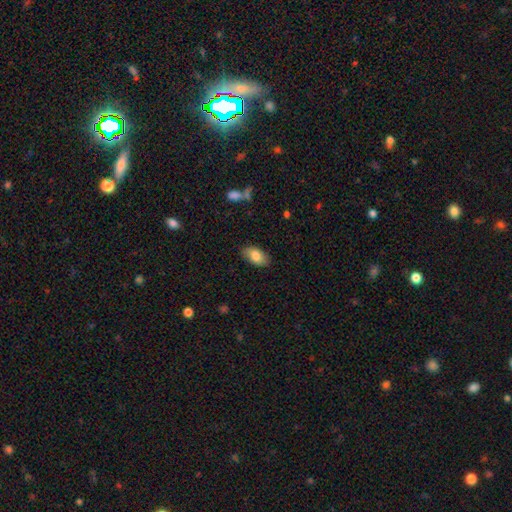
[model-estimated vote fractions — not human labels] This is clearly a smooth galaxy (81%). How rounded: clearly in between (94%). Merging: clearly none (83%).